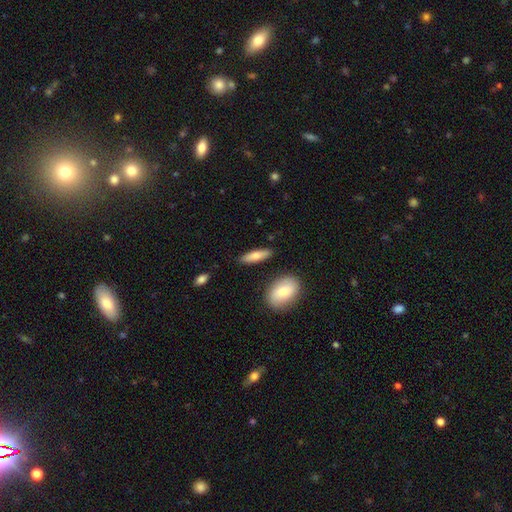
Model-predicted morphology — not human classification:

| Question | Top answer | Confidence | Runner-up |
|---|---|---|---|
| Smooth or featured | smooth | 74% | featured or disk (20%) |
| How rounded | cigar-shaped | 53% | in between (44%) |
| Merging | none | 86% | minor disturbance (9%) |